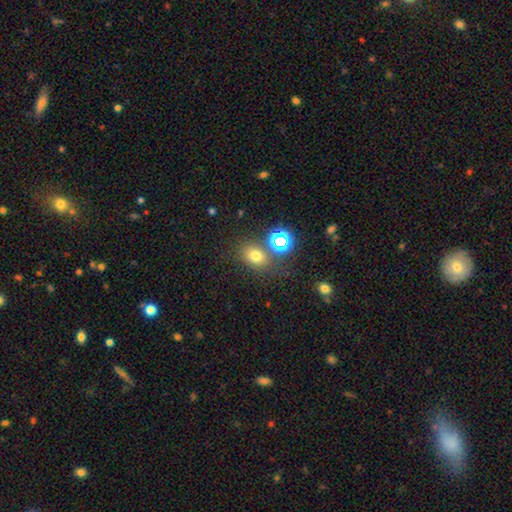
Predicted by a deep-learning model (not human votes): Smooth or featured? Predicted: smooth (p=0.68). How rounded? Predicted: in between (p=0.51). Merging? Predicted: none (p=0.72).